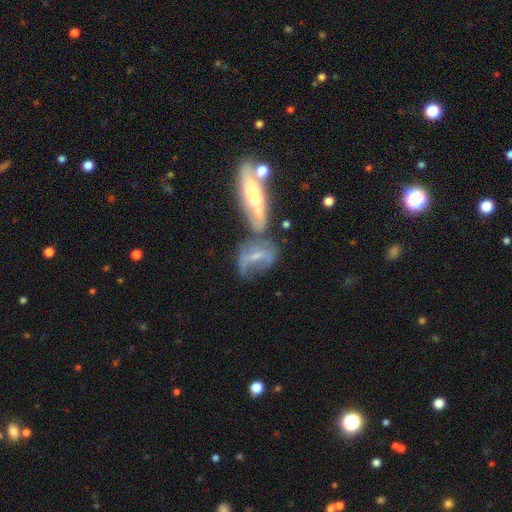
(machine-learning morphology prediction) This is likely a featured or disk galaxy (63%). It is clearly not viewed edge-on (87%). Bar: marginally weak (39%). Spiral arm pattern: likely yes (65%). Central bulge: possibly small (51%). Merging: marginally merger (43%).